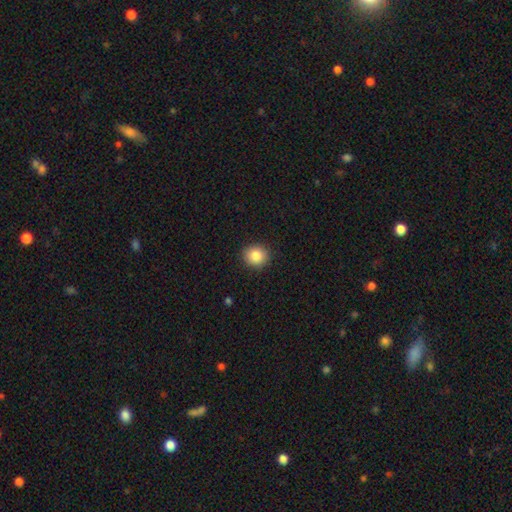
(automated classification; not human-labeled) Smooth or featured?
  - smooth: 86% *
  - star or artifact: 9%
  - featured or disk: 5%
How rounded?
  - round: 77% *
  - in between: 22%
  - cigar-shaped: 1%
Merging?
  - none: 90% *
  - minor disturbance: 7%
  - major disturbance: 2%
  - merger: 1%